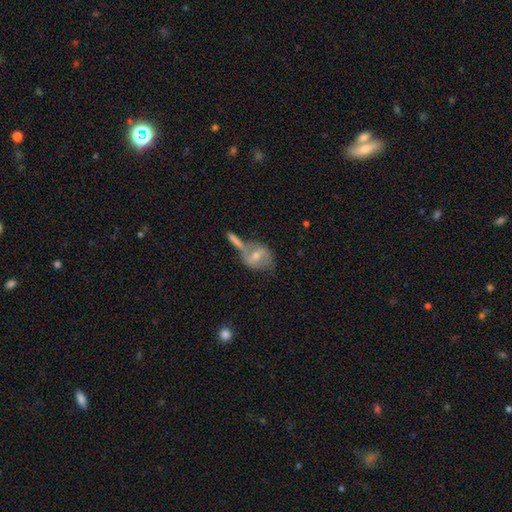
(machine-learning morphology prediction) smooth-or-featured: featured or disk: 59% | smooth: 31% | star or artifact: 10%
  disk-edge-on: no: 90% | yes: 10%
    bar: weak: 44% | no: 29% | strong: 26%
    has-spiral-arms: yes: 65% | no: 35%
    bulge-size: moderate: 54% | small: 39% | none: 3% | large: 3% | dominant: 1%
  merging: none: 39% | merger: 36% | minor disturbance: 16% | major disturbance: 10%